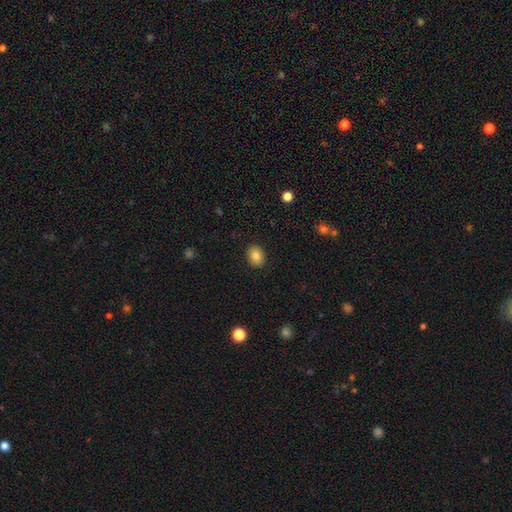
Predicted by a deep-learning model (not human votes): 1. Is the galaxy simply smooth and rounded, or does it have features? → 84% smooth, 9% star or artifact, 7% featured or disk.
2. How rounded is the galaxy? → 66% in between, 33% round, 1% cigar-shaped.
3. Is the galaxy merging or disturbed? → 90% none, 7% minor disturbance, 2% major disturbance, 1% merger.